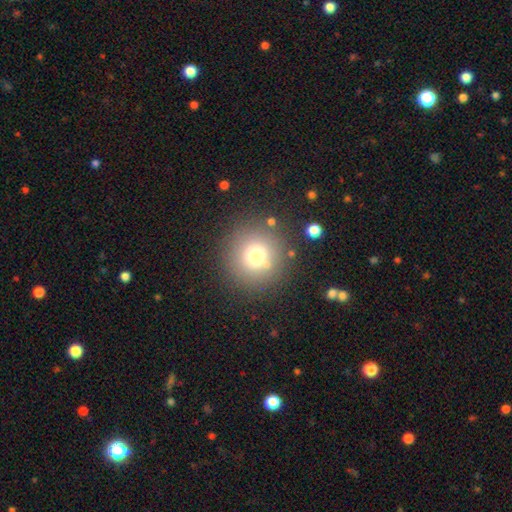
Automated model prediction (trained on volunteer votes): A smooth galaxy with no disk features (71%) that is round (95%).

Vote fractions:
- Smooth or featured? smooth: 71% / star or artifact: 17% / featured or disk: 12%
- How rounded? round: 95% / in between: 4% / cigar-shaped: 1%
- Merging? none: 83% / minor disturbance: 8% / merger: 5% / major disturbance: 4%